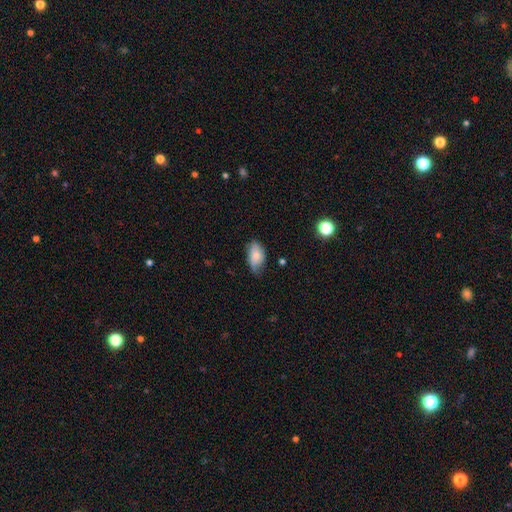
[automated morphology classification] smooth_or_featured: smooth (p=0.78) [alt: featured or disk p=0.15]
how_rounded: in between (p=0.92) [alt: round p=0.05]
merging: none (p=0.55) [alt: minor disturbance p=0.35]